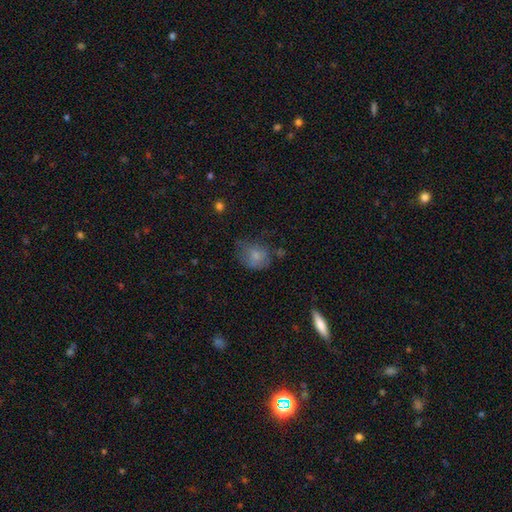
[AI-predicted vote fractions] Q: Smooth or featured?
A: smooth (74%); runner-up: featured or disk (16%)
Q: How rounded?
A: in between (51%); runner-up: round (48%)
Q: Merging?
A: none (42%); runner-up: minor disturbance (32%)